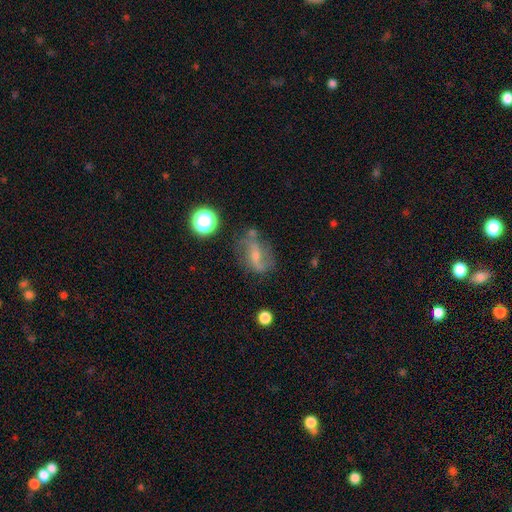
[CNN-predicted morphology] Smooth or featured: featured or disk — 61% (smooth — 24%)
Edge-on disk: no — 93% (yes — 7%)
Bar: weak — 40% (no — 32%)
Spiral arms: yes — 78% (no — 22%)
Bulge size: small — 56% (moderate — 33%)
Merging: none — 60% (minor disturbance — 22%)